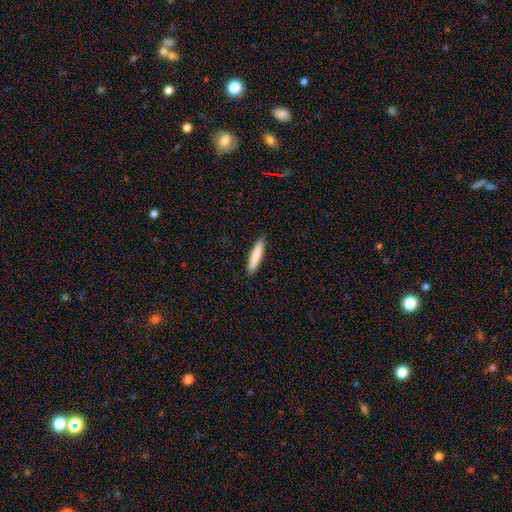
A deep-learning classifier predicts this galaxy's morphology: Smooth or featured: smooth — 84% (featured or disk — 10%)
How rounded: cigar-shaped — 87% (in between — 12%)
Merging: none — 89% (minor disturbance — 9%)